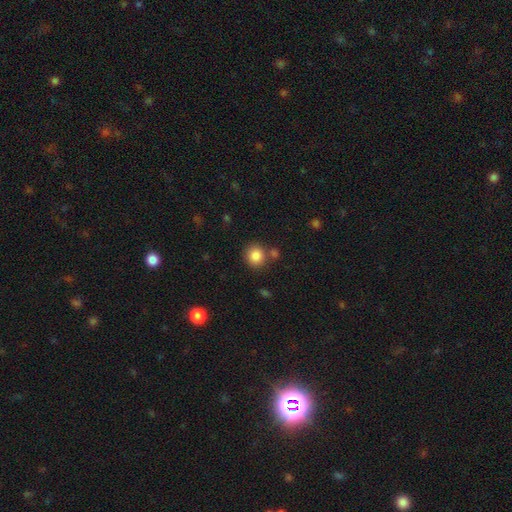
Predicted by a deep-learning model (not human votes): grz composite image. It shows a smooth galaxy with no disk features (85%) that is round (88%). Merging: none (77%).